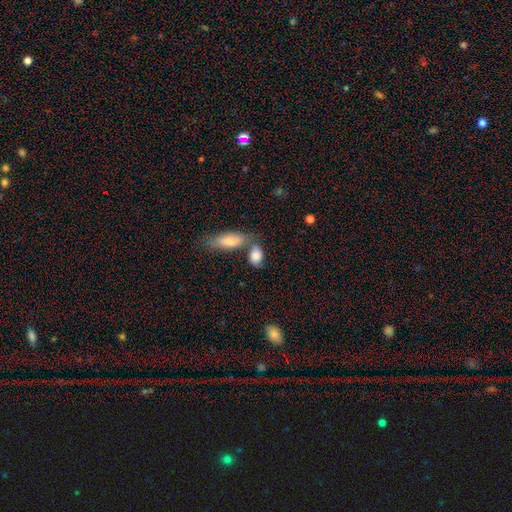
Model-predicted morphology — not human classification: Smooth or featured: smooth — 83% (featured or disk — 10%)
How rounded: in between — 82% (round — 13%)
Merging: none — 50% (merger — 29%)